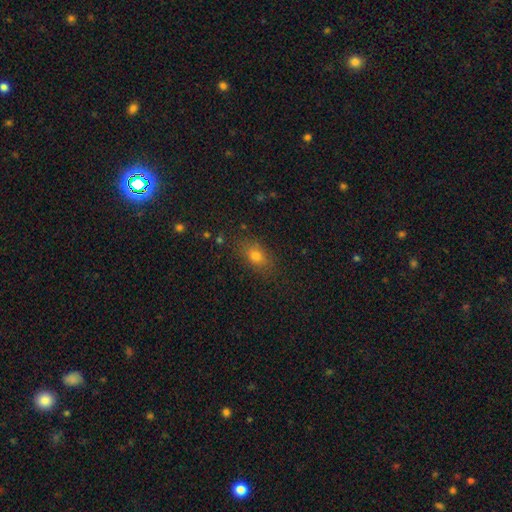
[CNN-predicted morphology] smooth-or-featured: smooth: 75% | star or artifact: 14% | featured or disk: 10%
  how-rounded: in between: 74% | round: 21% | cigar-shaped: 6%
  merging: none: 82% | minor disturbance: 13% | major disturbance: 4% | merger: 2%